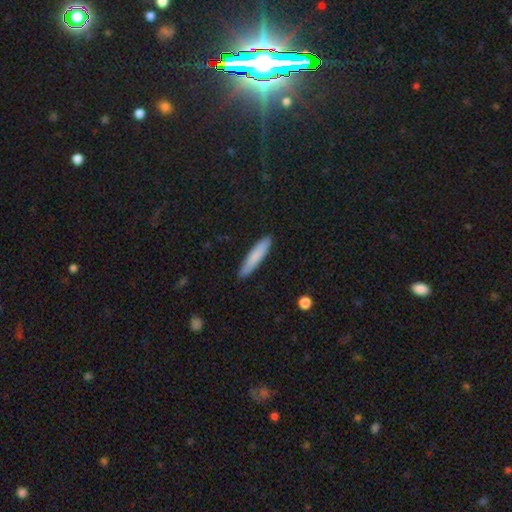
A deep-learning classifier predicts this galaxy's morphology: Q: Smooth or featured?
A: smooth (81%); runner-up: featured or disk (13%)
Q: How rounded?
A: cigar-shaped (89%); runner-up: in between (10%)
Q: Merging?
A: none (89%); runner-up: minor disturbance (8%)